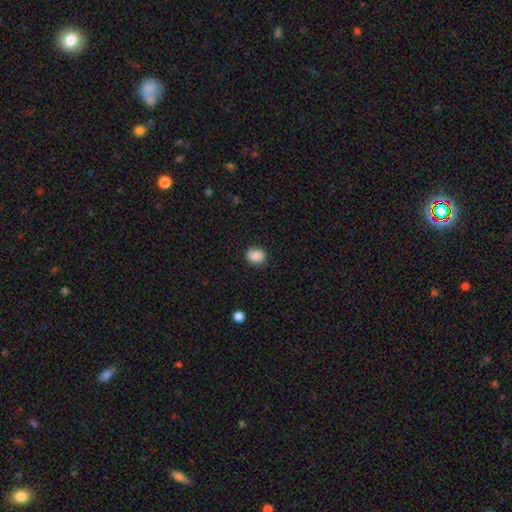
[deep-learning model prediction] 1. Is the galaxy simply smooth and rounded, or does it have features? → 89% smooth, 8% star or artifact, 3% featured or disk.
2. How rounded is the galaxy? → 54% round, 45% in between, 1% cigar-shaped.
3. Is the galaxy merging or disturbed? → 88% none, 9% minor disturbance, 2% major disturbance, 1% merger.